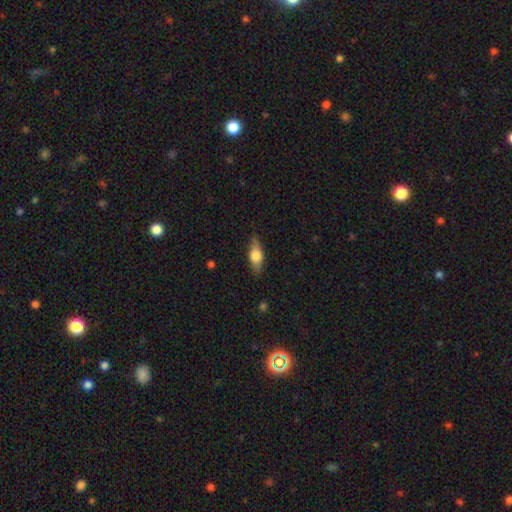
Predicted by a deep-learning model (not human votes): A smooth galaxy with no disk features (58%) that is in between round and cigar-shaped (73%). Merging: none (81%).